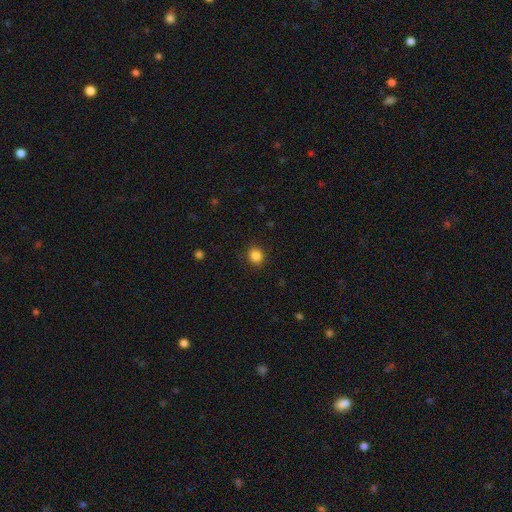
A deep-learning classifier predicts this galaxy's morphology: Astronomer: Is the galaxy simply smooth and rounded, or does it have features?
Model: smooth — 85%.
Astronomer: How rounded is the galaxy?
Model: round — 86%.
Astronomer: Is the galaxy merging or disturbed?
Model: none — 91%.